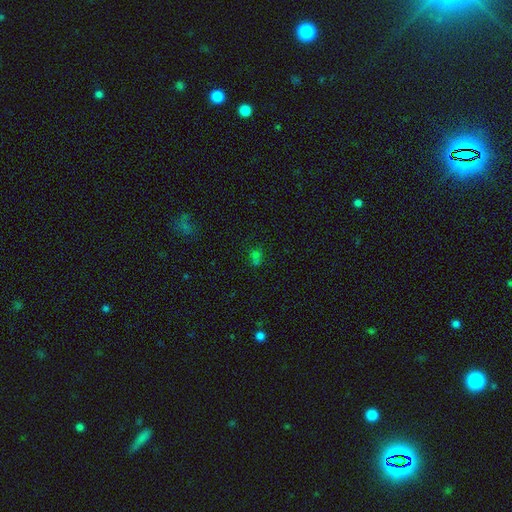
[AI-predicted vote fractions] The model was most divided on "smooth or featured": smooth: 52%, star or artifact: 39%, featured or disk: 9%. More confident: how rounded — in between (64%); merging — none (56%).